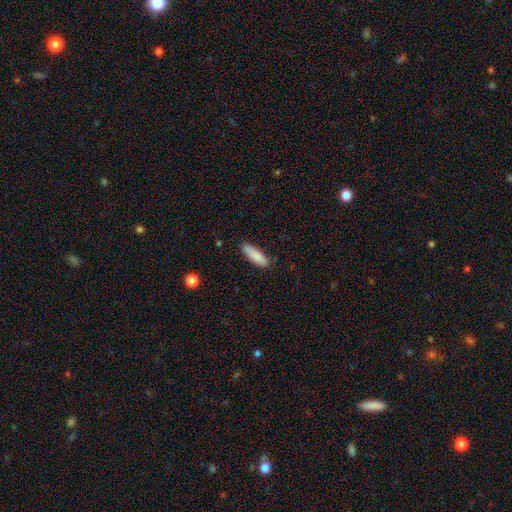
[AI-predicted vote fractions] Overall: smooth (86%). How rounded: cigar-shaped (56%; in between 43%). Merging: none (83%).